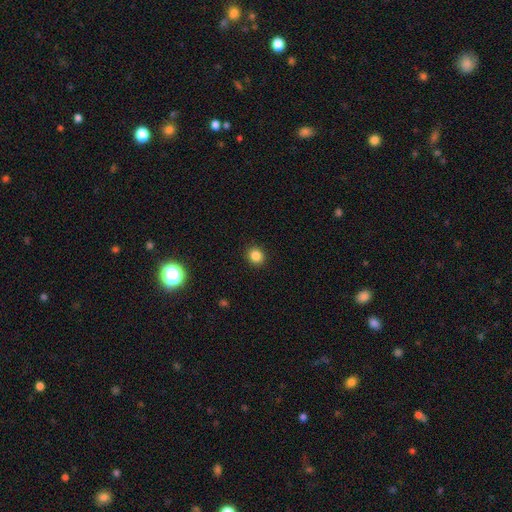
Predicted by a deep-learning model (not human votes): smooth 84%, star or artifact 12%, featured or disk 4%. Down the decision tree: how rounded — round (83%); merging — none (92%).